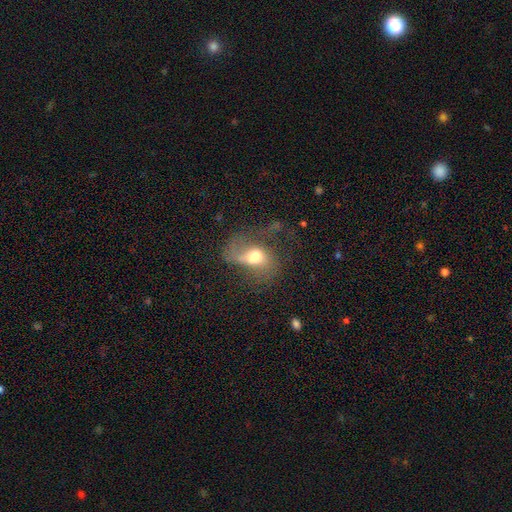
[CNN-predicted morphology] This is possibly a featured or disk galaxy (52%). It is clearly not viewed edge-on (95%). Merging: marginally major disturbance (44%).